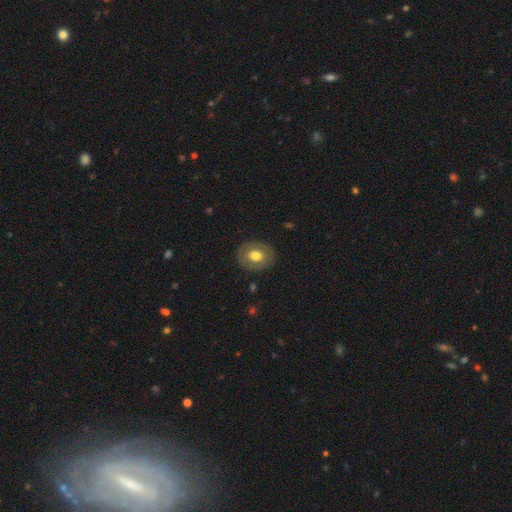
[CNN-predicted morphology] Smooth or featured? smooth (61%)
How rounded? round (51%)
Merging? none (85%)